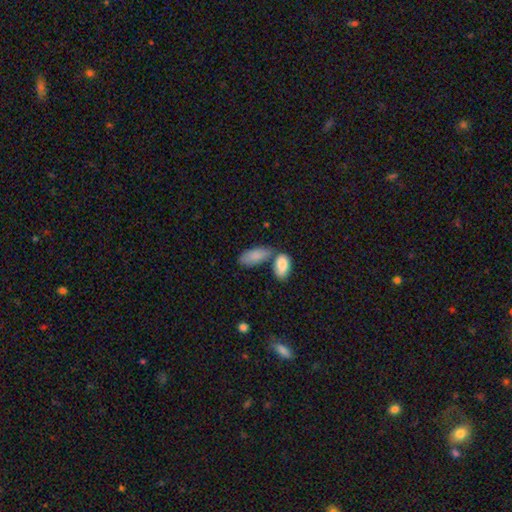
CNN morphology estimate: Smooth or featured? Predicted: smooth (p=0.86). How rounded? Predicted: in between (p=0.89). Merging? Predicted: none (p=0.48).